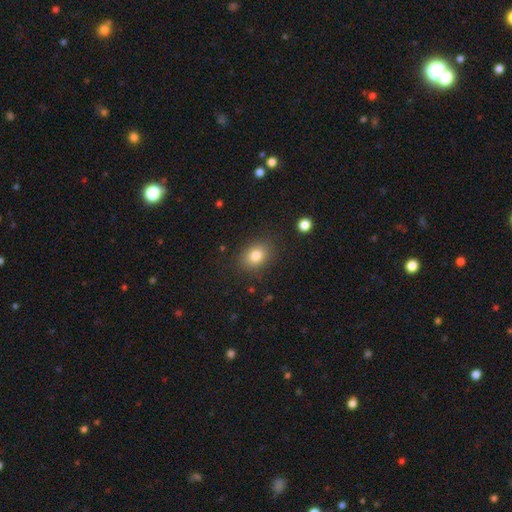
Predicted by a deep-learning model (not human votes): Q: Smooth or featured?
A: smooth (81%); runner-up: star or artifact (11%)
Q: How rounded?
A: in between (59%); runner-up: round (40%)
Q: Merging?
A: none (85%); runner-up: minor disturbance (10%)